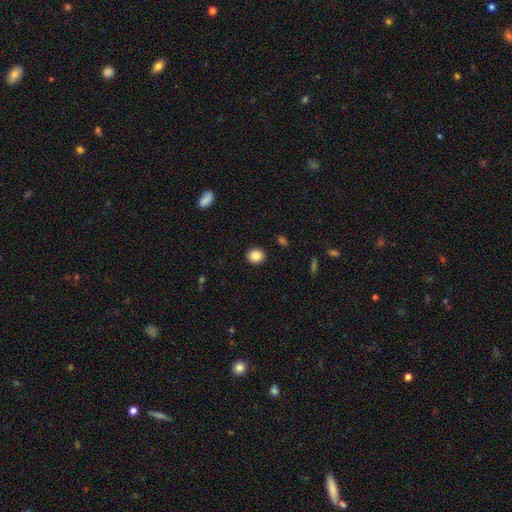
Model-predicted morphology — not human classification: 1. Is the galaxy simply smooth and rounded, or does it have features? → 85% smooth, 10% star or artifact, 5% featured or disk.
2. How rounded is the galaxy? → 83% round, 16% in between, 1% cigar-shaped.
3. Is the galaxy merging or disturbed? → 92% none, 5% minor disturbance, 2% major disturbance, 1% merger.